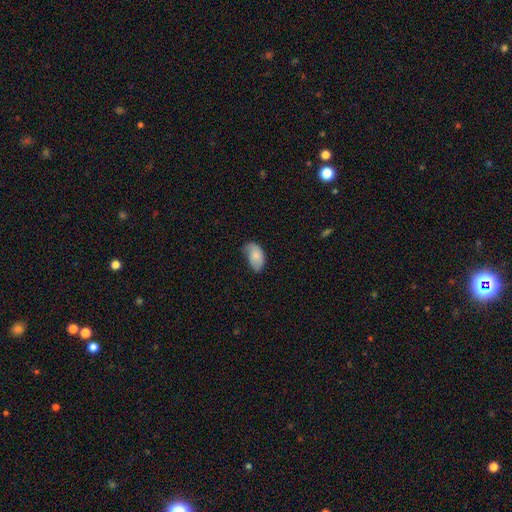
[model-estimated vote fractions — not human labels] Morphology: type=smooth (79%); roundness=in between (93%); merging=none (49%).